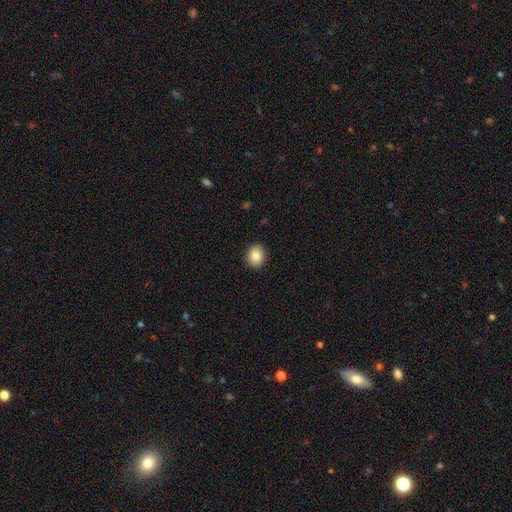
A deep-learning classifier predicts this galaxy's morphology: This is clearly a smooth galaxy (85%). How rounded: possibly round (59%). Merging: clearly none (91%).